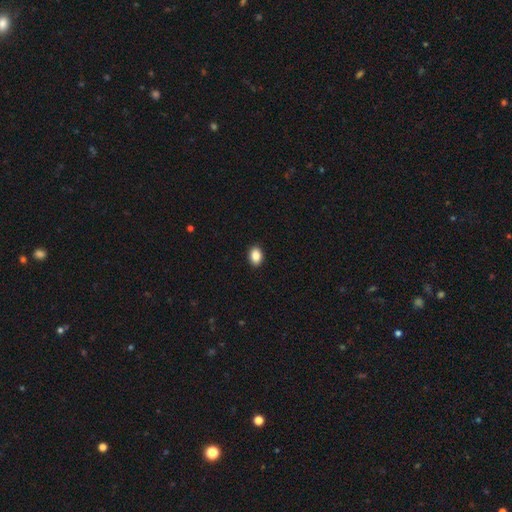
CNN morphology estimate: Overall: smooth (87%). How rounded: in between (76%). Merging: none (91%).